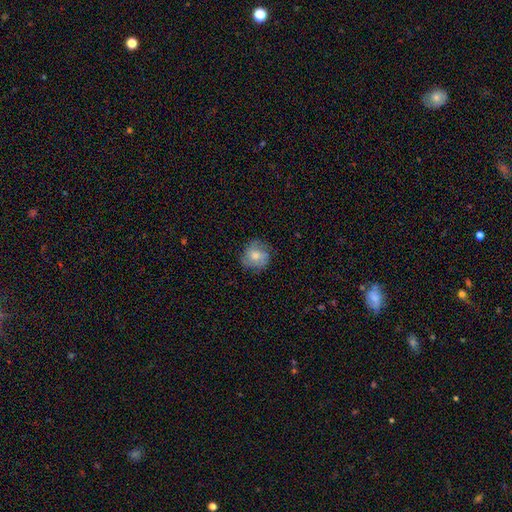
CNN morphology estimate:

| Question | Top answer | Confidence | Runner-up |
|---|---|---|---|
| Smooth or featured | smooth | 54% | featured or disk (38%) |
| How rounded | round | 86% | in between (13%) |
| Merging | none | 75% | minor disturbance (18%) |